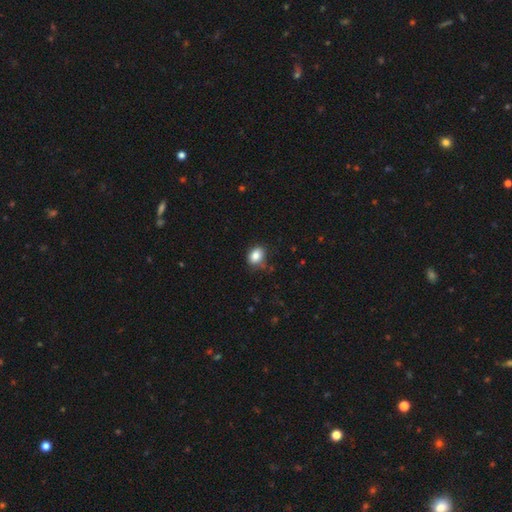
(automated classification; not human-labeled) A smooth galaxy with no disk features (85%) that is in between round and cigar-shaped (67%). Merging: none (78%).